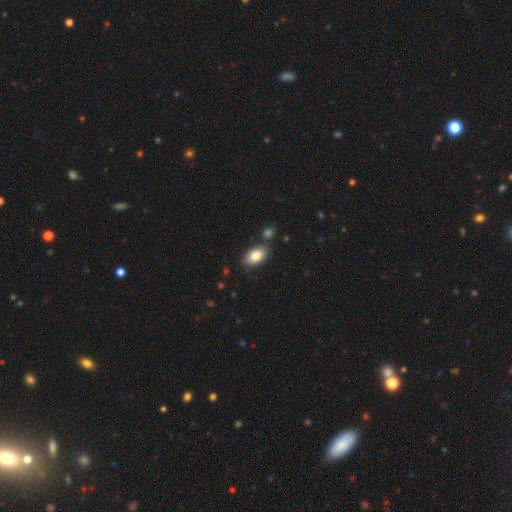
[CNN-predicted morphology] Overall: smooth (84%). How rounded: in between (92%). Merging: none (79%).